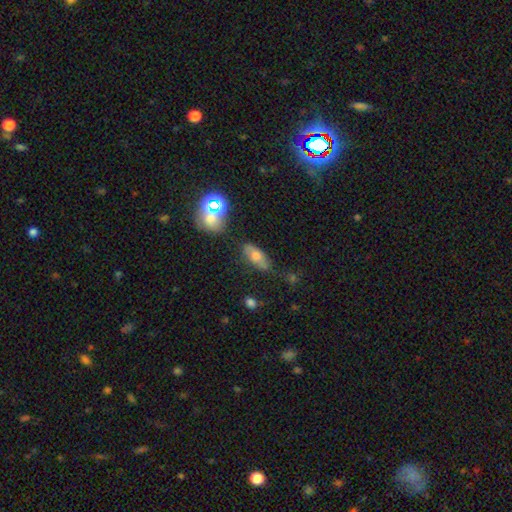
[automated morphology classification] Smooth or featured? Predicted: smooth (p=0.65). How rounded? Predicted: in between (p=0.79). Merging? Predicted: none (p=0.68).